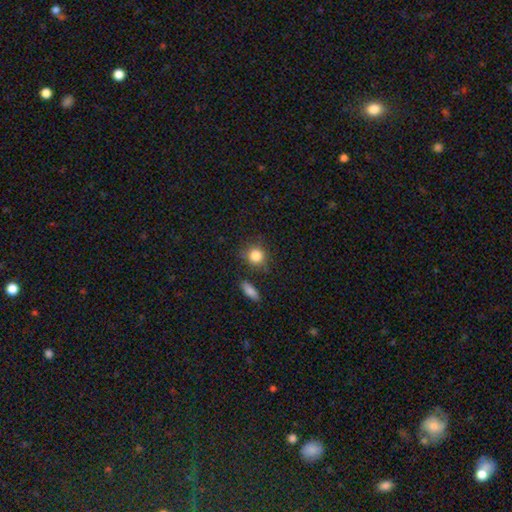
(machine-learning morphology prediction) type=smooth (85%); roundness=round (83%); merging=none (76%).